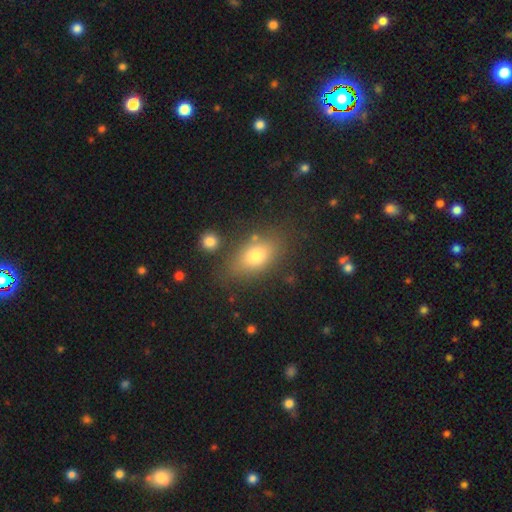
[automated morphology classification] smooth-or-featured: smooth: 74% | featured or disk: 16% | star or artifact: 10%
  how-rounded: in between: 82% | round: 13% | cigar-shaped: 5%
  merging: none: 74% | minor disturbance: 14% | merger: 6% | major disturbance: 6%